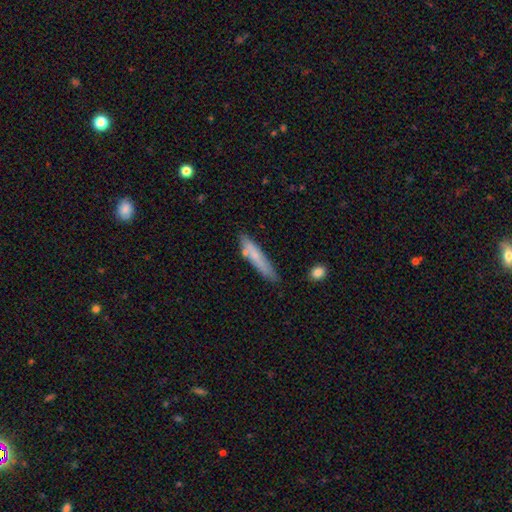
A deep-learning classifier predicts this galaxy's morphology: Smooth or featured?
  - smooth: 68% *
  - featured or disk: 25%
  - star or artifact: 7%
How rounded?
  - cigar-shaped: 89% *
  - in between: 10%
  - round: 2%
Merging?
  - none: 74% *
  - minor disturbance: 17%
  - merger: 6%
  - major disturbance: 3%